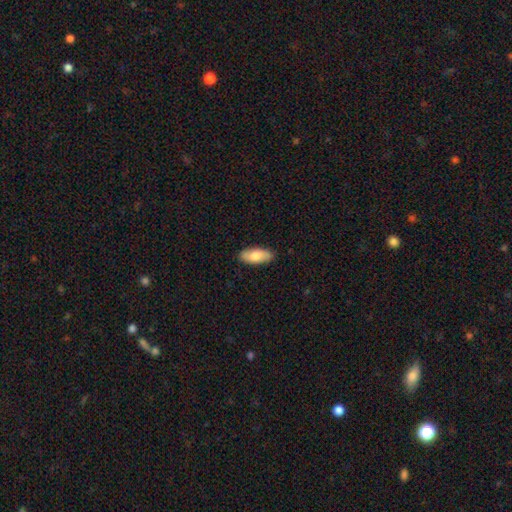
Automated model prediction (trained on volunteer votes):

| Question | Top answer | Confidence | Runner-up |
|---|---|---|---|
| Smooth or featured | smooth | 73% | featured or disk (22%) |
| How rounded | in between | 86% | cigar-shaped (12%) |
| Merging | none | 87% | minor disturbance (10%) |